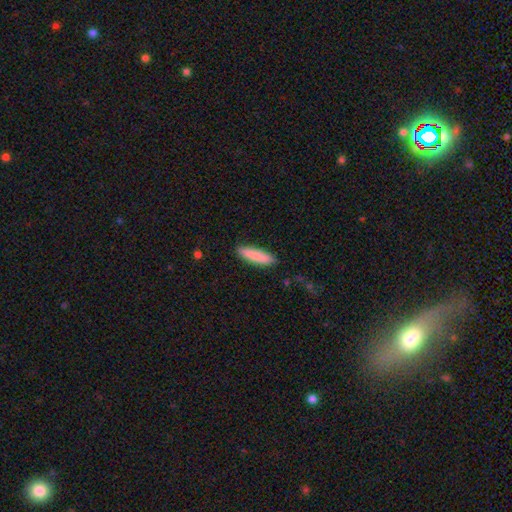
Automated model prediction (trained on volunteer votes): The model was most divided on "how rounded": cigar-shaped: 77%, in between: 22%, round: 1%. More confident: merging — none (88%); smooth or featured — smooth (86%).